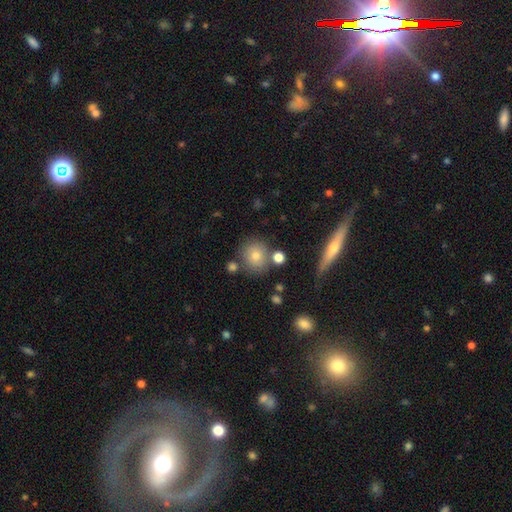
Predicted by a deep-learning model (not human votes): Smooth or featured?
  - smooth: 76% *
  - featured or disk: 12%
  - star or artifact: 11%
How rounded?
  - round: 85% *
  - in between: 14%
  - cigar-shaped: 1%
Merging?
  - none: 73% *
  - merger: 11%
  - minor disturbance: 11%
  - major disturbance: 4%